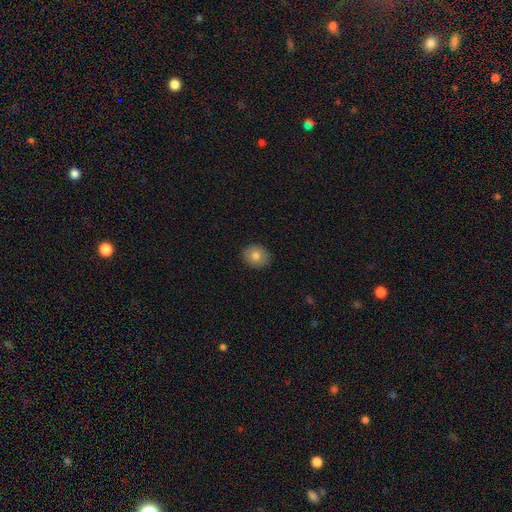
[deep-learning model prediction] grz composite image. It shows a smooth galaxy with no disk features (79%) that is round (75%). Merging: none (90%).